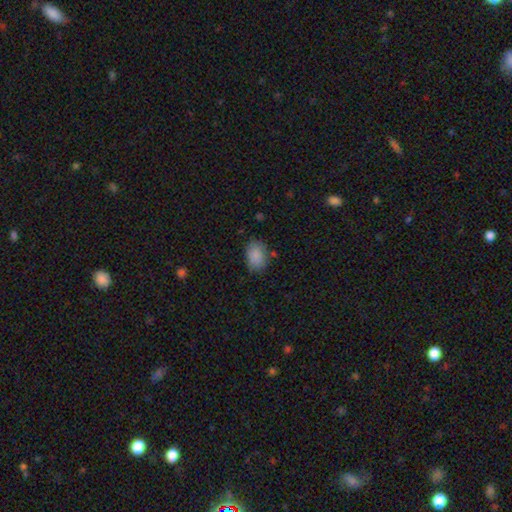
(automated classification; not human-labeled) smooth 87%, star or artifact 8%, featured or disk 5%. Down the decision tree: how rounded — in between (78%); merging — none (74%).